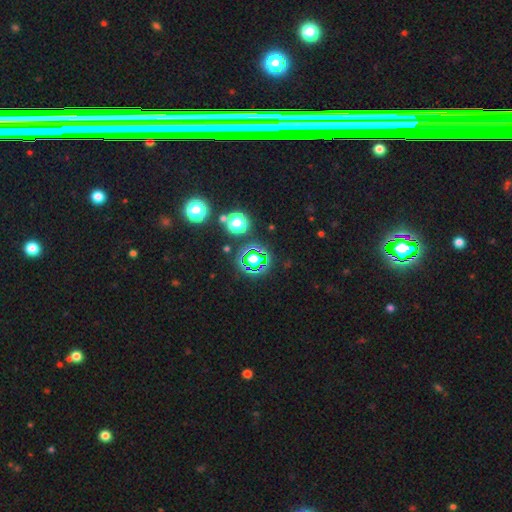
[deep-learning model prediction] Q: Smooth or featured?
A: star or artifact (61%); runner-up: smooth (29%)